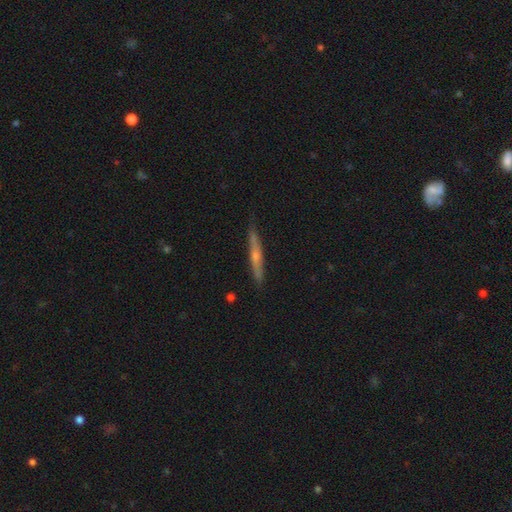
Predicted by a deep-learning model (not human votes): smooth_or_featured: featured or disk (p=0.58) [alt: smooth p=0.36]
disk_edge_on: yes (p=0.96) [alt: no p=0.04]
edge_on_bulge: rounded (p=0.67) [alt: none p=0.27]
merging: none (p=0.85) [alt: minor disturbance p=0.12]